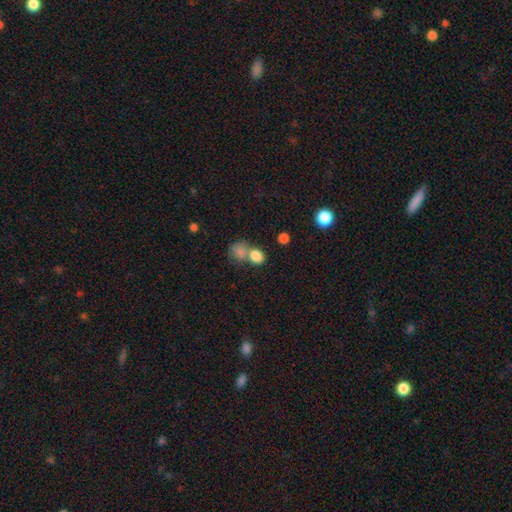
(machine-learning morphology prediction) Smooth or featured: smooth — 83% (star or artifact — 10%)
How rounded: in between — 51% (round — 48%)
Merging: merger — 46% (none — 40%)